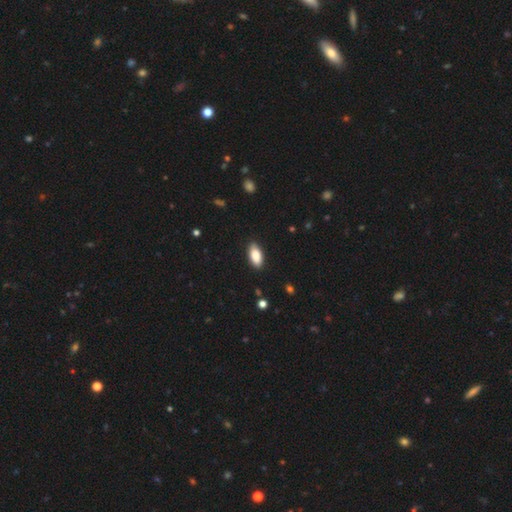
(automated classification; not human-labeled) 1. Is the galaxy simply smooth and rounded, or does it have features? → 86% smooth, 8% featured or disk, 6% star or artifact.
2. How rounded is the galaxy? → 91% in between, 7% cigar-shaped, 2% round.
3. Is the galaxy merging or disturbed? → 86% none, 11% minor disturbance, 2% major disturbance, 1% merger.